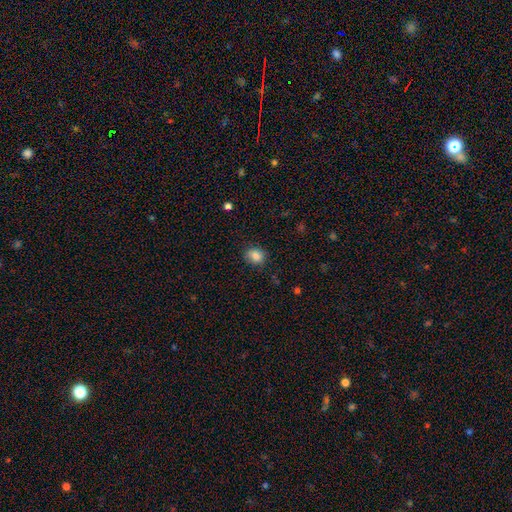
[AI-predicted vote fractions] This is clearly a smooth galaxy (85%). How rounded: likely round (65%). Merging: clearly none (83%).